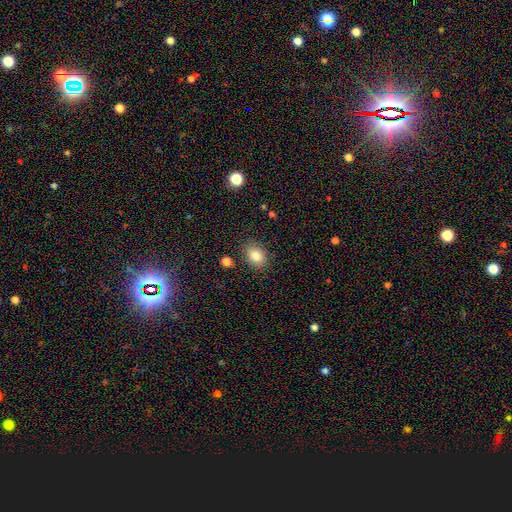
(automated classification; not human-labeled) Smooth or featured? smooth (83%)
How rounded? in between (64%)
Merging? none (83%)